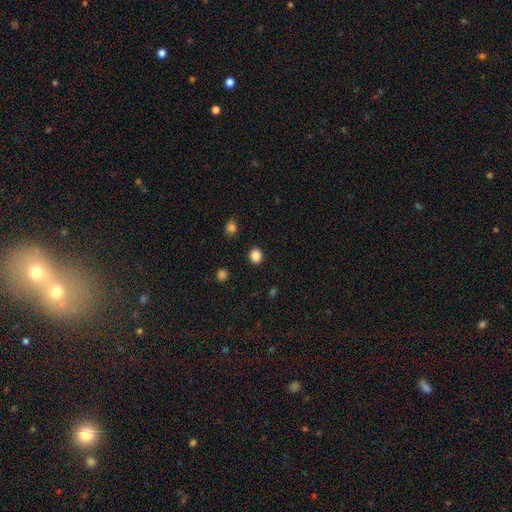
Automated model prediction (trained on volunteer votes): smooth 85%, star or artifact 12%, featured or disk 3%. Down the decision tree: how rounded — round (83%); merging — none (91%).